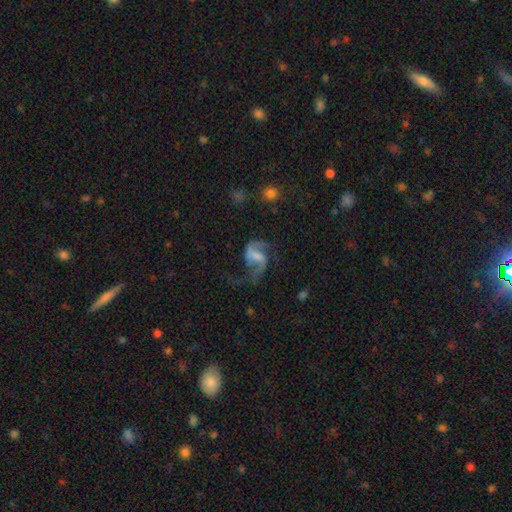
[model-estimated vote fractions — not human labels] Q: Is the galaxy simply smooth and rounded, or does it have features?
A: featured or disk — 85%.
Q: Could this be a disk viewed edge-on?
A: no — 98%.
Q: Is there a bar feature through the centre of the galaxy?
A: weak — 51%.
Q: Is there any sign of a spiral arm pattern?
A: yes — 95%.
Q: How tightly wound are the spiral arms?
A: loose — 57%.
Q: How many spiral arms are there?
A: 2 — 89%.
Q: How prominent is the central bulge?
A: moderate — 32%, tied with small.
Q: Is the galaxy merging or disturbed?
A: none — 48%.